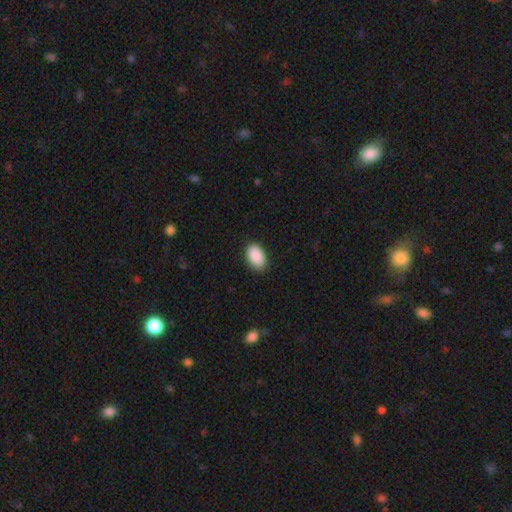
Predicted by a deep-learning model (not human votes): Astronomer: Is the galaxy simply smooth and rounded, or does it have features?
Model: smooth — 91%.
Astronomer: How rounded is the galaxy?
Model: in between — 92%.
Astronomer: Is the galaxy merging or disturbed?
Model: none — 86%.